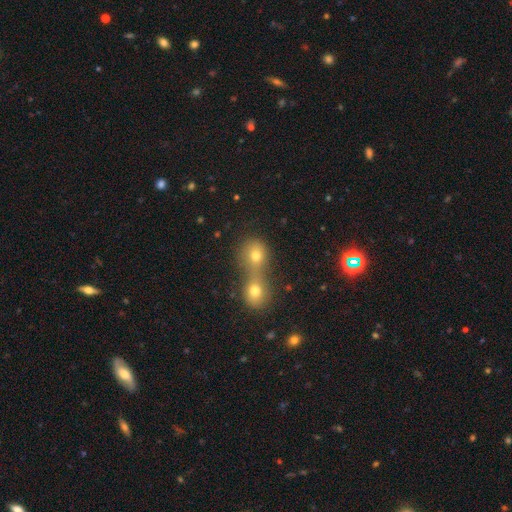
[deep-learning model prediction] This is likely a smooth galaxy (72%). How rounded: likely round (76%). Merging: likely merger (68%).